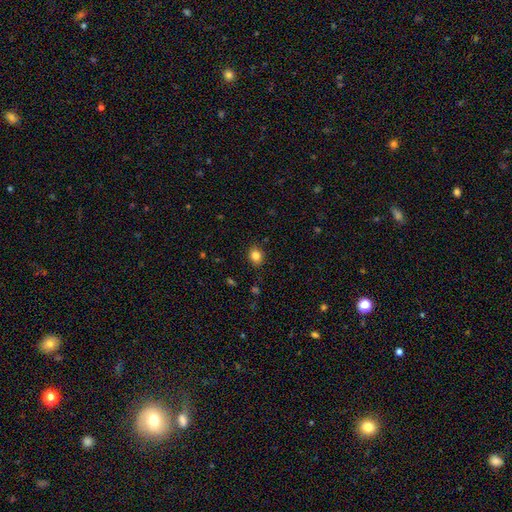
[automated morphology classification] smooth 84%, star or artifact 11%, featured or disk 5%. Down the decision tree: how rounded — round (55%); merging — none (88%).